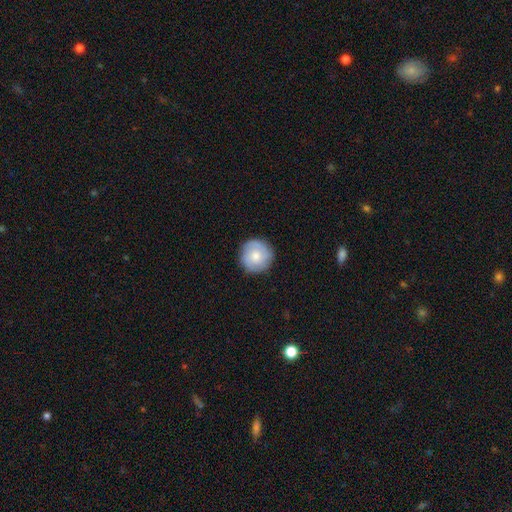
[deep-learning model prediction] Smooth or featured? Predicted: smooth (p=0.61). How rounded? Predicted: round (p=0.94). Merging? Predicted: none (p=0.87).